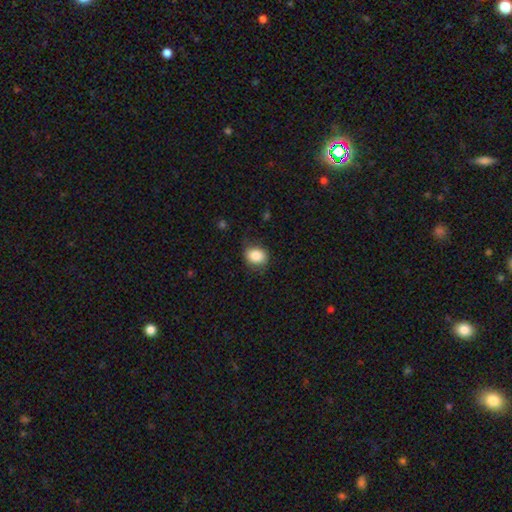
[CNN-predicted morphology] A smooth galaxy with no disk features (85%) that is round (50%). Merging: none (72%).